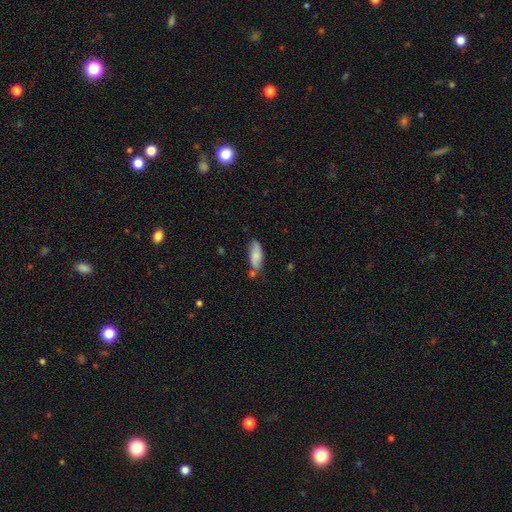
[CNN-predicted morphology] smooth 76%, featured or disk 17%, star or artifact 7%. Down the decision tree: how rounded — in between (70%); merging — none (60%).